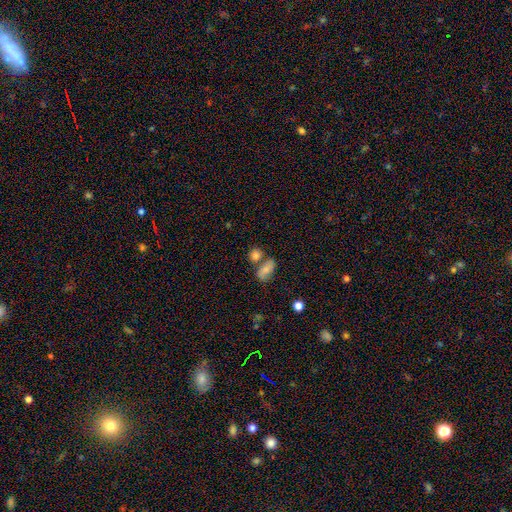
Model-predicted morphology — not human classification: Q: Smooth or featured?
A: smooth (81%); runner-up: star or artifact (11%)
Q: How rounded?
A: in between (51%); runner-up: round (45%)
Q: Merging?
A: none (51%); runner-up: merger (32%)